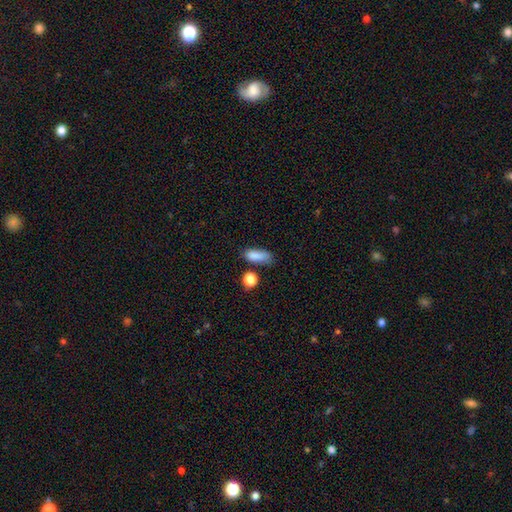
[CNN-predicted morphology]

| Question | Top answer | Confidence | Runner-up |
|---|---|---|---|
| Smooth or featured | smooth | 83% | star or artifact (11%) |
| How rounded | in between | 68% | cigar-shaped (25%) |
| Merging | none | 57% | minor disturbance (24%) |